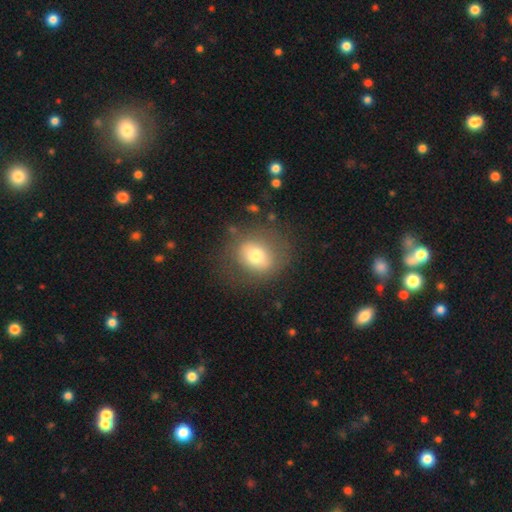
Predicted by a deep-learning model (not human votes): Overall: smooth (69%). How rounded: round (72%). Merging: none (73%).